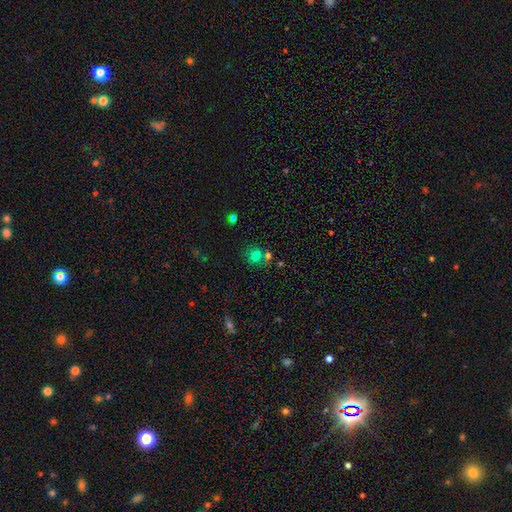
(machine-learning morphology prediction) This appears to be a smooth galaxy with no disk features (74%) that is round (76%). Merging: none (59%).